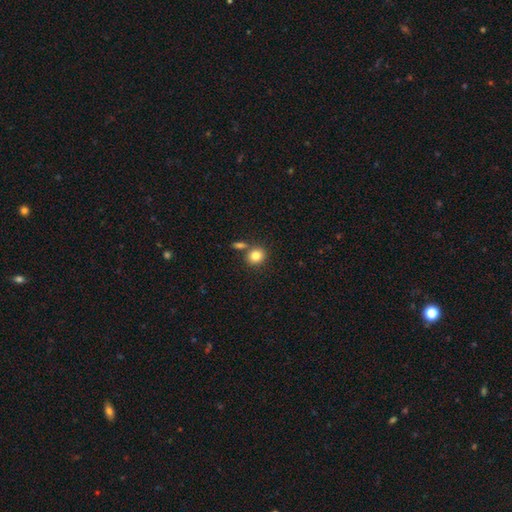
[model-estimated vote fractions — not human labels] A smooth galaxy with no disk features (83%) that is round (77%).

Vote fractions:
- Smooth or featured? smooth: 83% / star or artifact: 10% / featured or disk: 7%
- How rounded? round: 77% / in between: 22% / cigar-shaped: 1%
- Merging? none: 68% / merger: 19% / minor disturbance: 9% / major disturbance: 3%